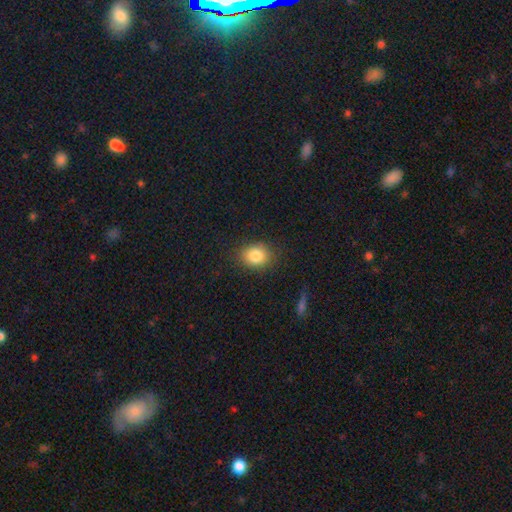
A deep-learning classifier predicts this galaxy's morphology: smooth_or_featured: smooth (p=0.84) [alt: star or artifact p=0.09]
how_rounded: round (p=0.52) [alt: in between p=0.47]
merging: none (p=0.84) [alt: minor disturbance p=0.12]